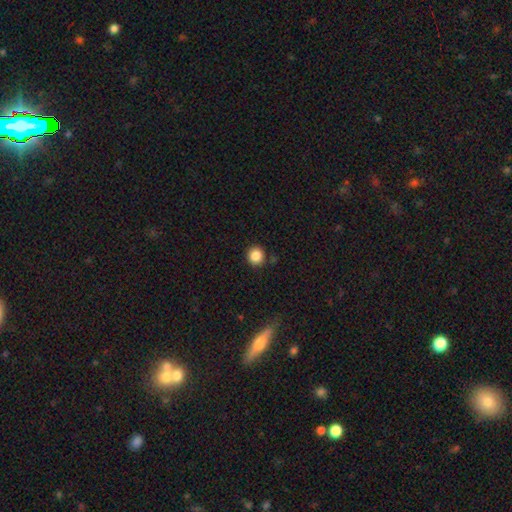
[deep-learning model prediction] Smooth or featured? smooth (86%)
How rounded? round (91%)
Merging? none (88%)